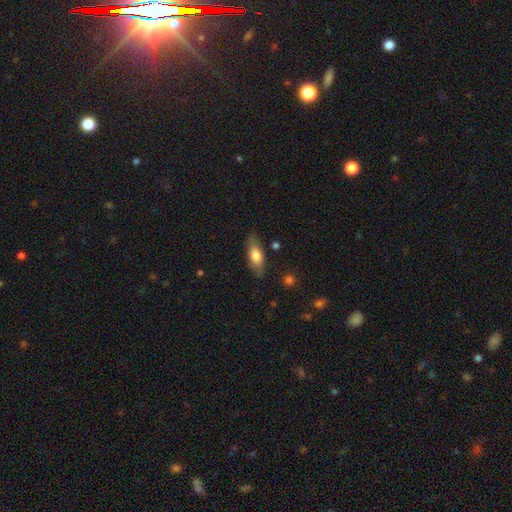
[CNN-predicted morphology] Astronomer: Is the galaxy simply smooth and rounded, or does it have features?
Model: smooth — 71%.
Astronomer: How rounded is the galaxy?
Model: in between — 71%.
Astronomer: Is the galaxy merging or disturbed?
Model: none — 80%.